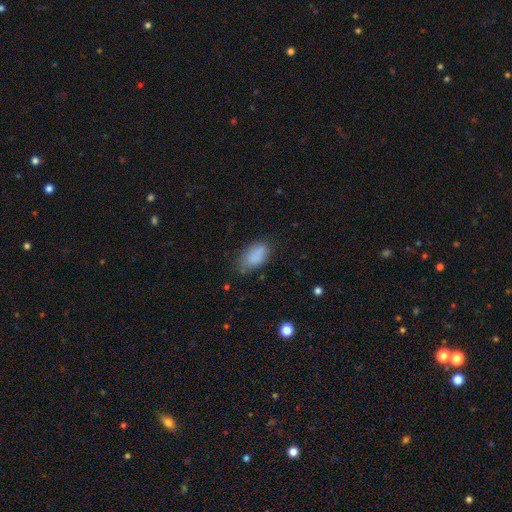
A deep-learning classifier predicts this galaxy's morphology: Smooth or featured?
  - smooth: 83% *
  - star or artifact: 9%
  - featured or disk: 8%
How rounded?
  - in between: 91% *
  - round: 5%
  - cigar-shaped: 3%
Merging?
  - none: 66% *
  - minor disturbance: 24%
  - major disturbance: 7%
  - merger: 3%